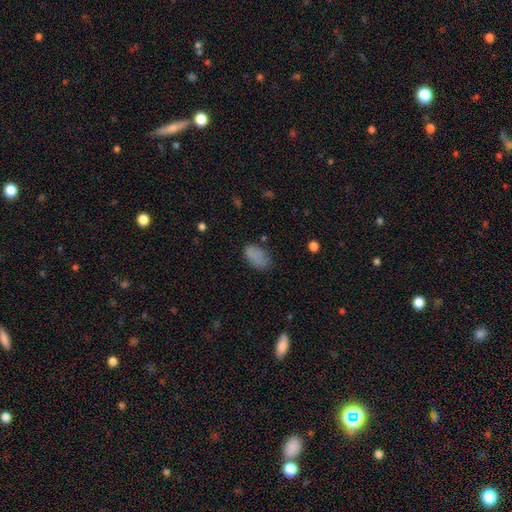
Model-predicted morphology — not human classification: This is clearly a smooth galaxy (80%). How rounded: clearly in between (92%). Merging: likely none (65%).